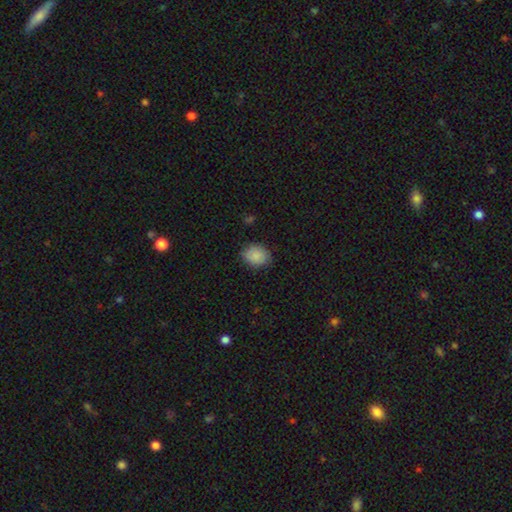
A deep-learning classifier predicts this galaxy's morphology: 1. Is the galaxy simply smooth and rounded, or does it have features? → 86% smooth, 8% star or artifact, 6% featured or disk.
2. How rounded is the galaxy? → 52% round, 47% in between, 1% cigar-shaped.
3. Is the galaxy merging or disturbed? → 81% none, 15% minor disturbance, 3% major disturbance, 1% merger.